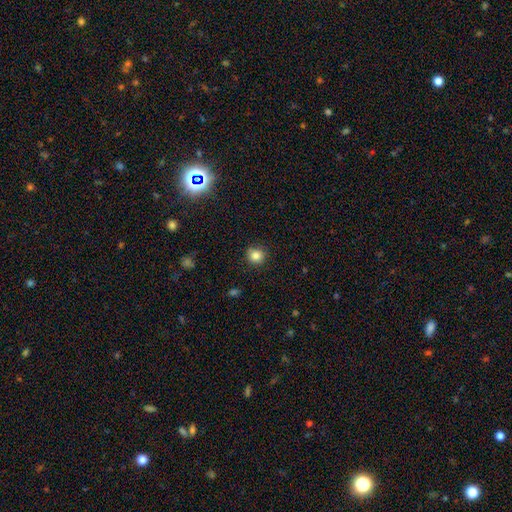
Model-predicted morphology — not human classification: Q: Smooth or featured?
A: smooth (84%); runner-up: star or artifact (12%)
Q: How rounded?
A: round (91%); runner-up: in between (8%)
Q: Merging?
A: none (88%); runner-up: minor disturbance (9%)